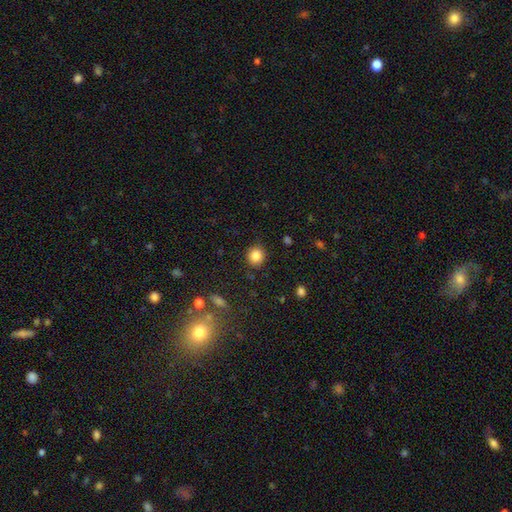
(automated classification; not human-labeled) A smooth galaxy with no disk features (85%) that is round (86%).

Vote fractions:
- Smooth or featured? smooth: 85% / star or artifact: 11% / featured or disk: 5%
- How rounded? round: 86% / in between: 13% / cigar-shaped: 1%
- Merging? none: 87% / minor disturbance: 9% / major disturbance: 3% / merger: 2%